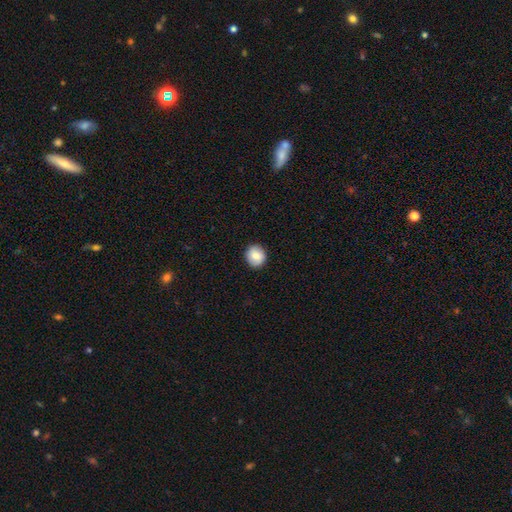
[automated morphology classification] Smooth or featured? smooth (79%)
How rounded? round (83%)
Merging? none (90%)